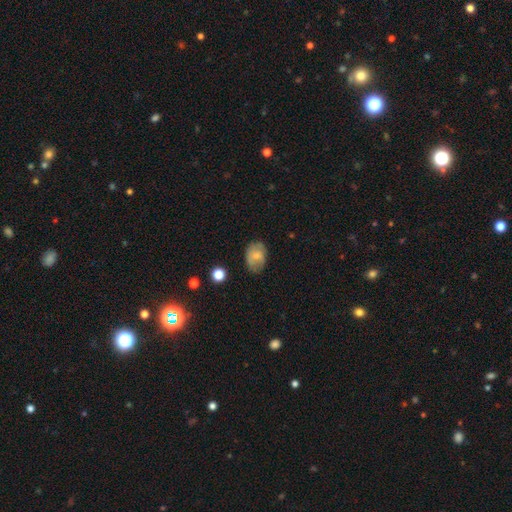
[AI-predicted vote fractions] Morphology: type=smooth (67%); roundness=in between (75%); merging=none (66%).